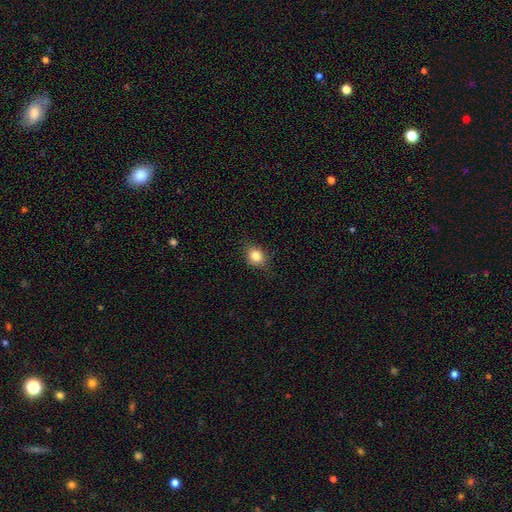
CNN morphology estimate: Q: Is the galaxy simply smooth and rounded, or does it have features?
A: smooth — 81%.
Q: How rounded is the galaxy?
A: round — 53%.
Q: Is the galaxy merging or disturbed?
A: none — 81%.